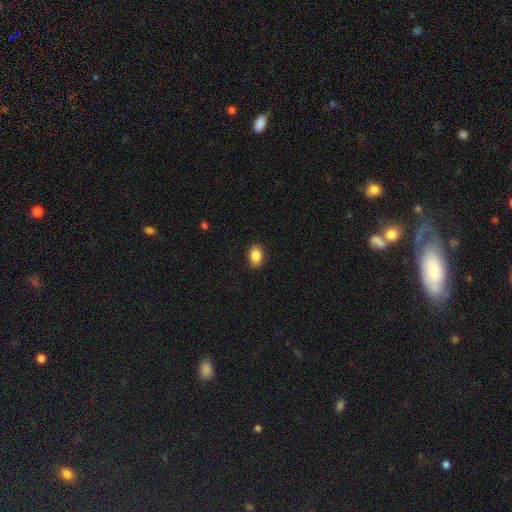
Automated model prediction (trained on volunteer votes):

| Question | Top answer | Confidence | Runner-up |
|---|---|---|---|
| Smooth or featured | smooth | 88% | star or artifact (8%) |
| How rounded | in between | 83% | round (16%) |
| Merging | none | 89% | minor disturbance (8%) |